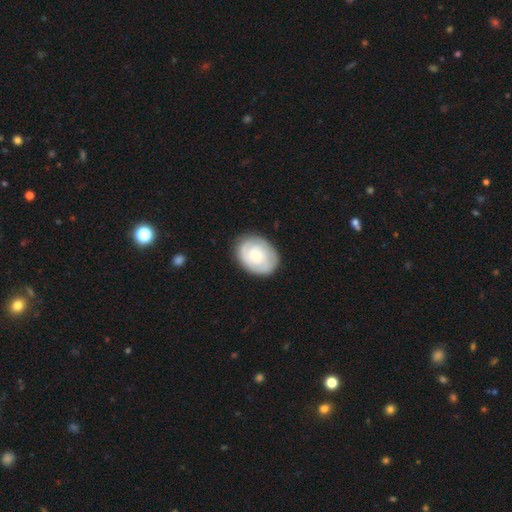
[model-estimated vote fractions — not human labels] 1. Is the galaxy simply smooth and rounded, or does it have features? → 48% featured or disk, 47% smooth, 6% star or artifact.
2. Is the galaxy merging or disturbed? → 81% none, 14% minor disturbance, 4% major disturbance, 1% merger.